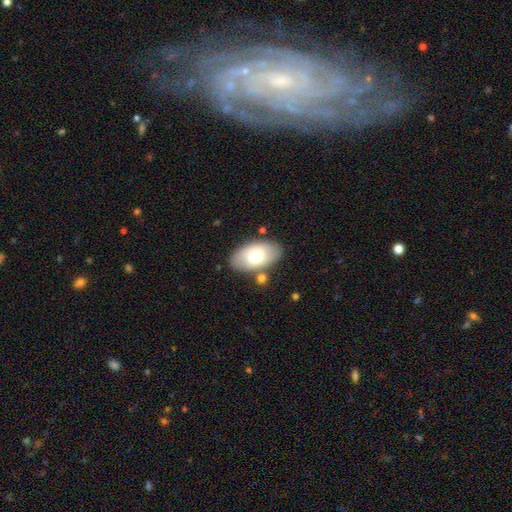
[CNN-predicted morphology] This is likely a smooth galaxy (68%). How rounded: clearly in between (94%). Merging: likely none (79%).